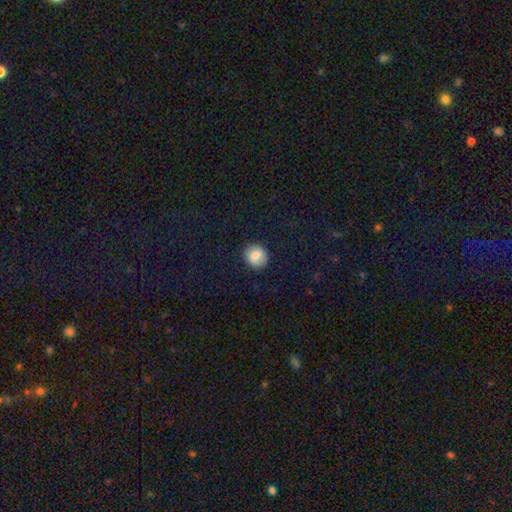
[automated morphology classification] This is clearly a smooth galaxy (83%). How rounded: likely round (80%). Merging: clearly none (87%).